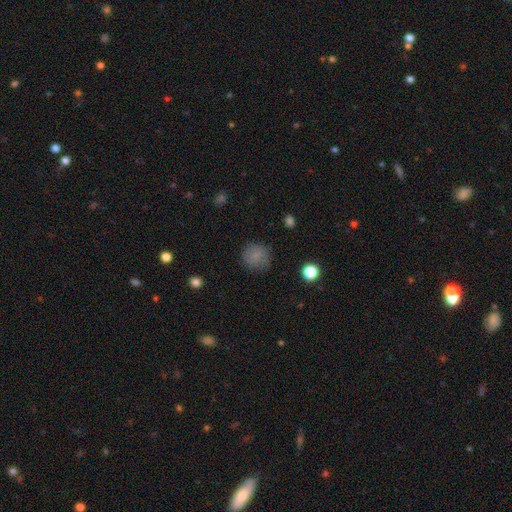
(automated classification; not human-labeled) This appears to be a smooth galaxy with no disk features (81%) that is round (87%). Merging: none (78%).